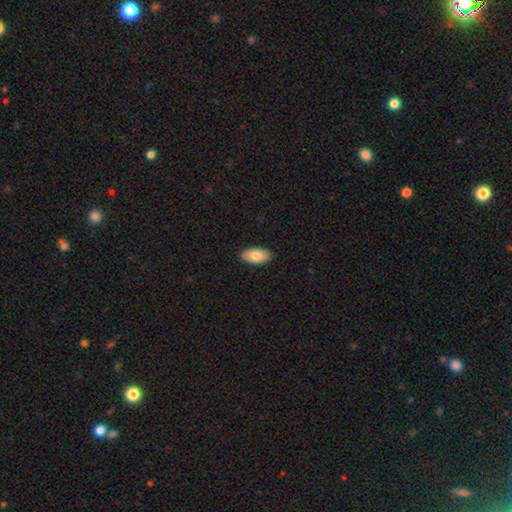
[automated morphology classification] Smooth or featured: smooth — 80% (featured or disk — 13%)
How rounded: in between — 94% (cigar-shaped — 3%)
Merging: none — 89% (minor disturbance — 8%)